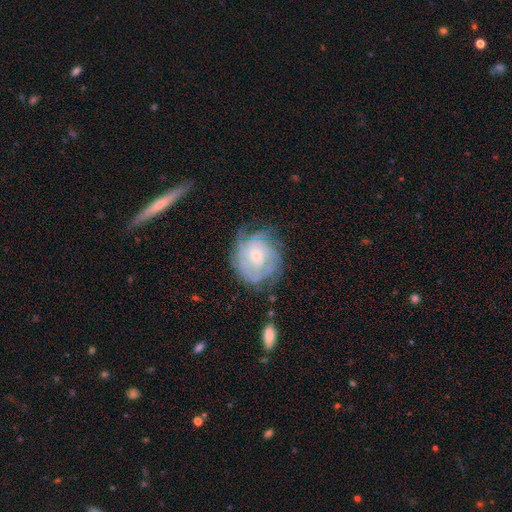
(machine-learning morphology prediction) A featured or disk galaxy (81%) with no bar (75%), tight (73%) spiral arms (94%) and a small central bulge (74%). Merging: none (66%).